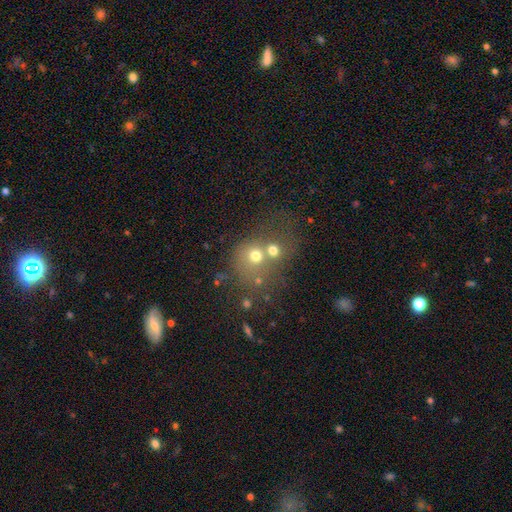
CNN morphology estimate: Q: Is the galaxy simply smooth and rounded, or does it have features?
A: smooth — 62%.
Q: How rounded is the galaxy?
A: round — 77%.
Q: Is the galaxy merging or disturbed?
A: merger — 55%.